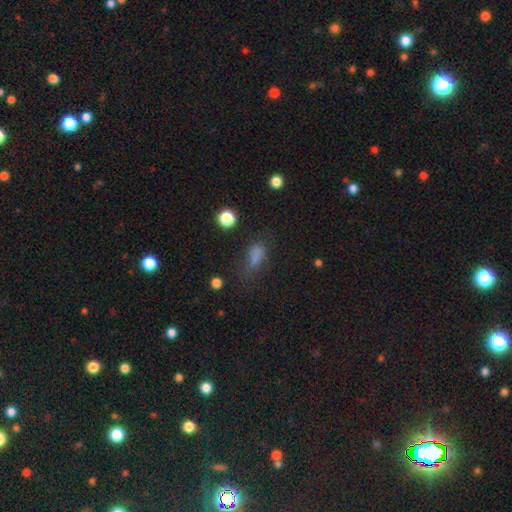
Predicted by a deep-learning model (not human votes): smooth 73%, star or artifact 18%, featured or disk 9%. Down the decision tree: how rounded — in between (77%); merging — none (45%).